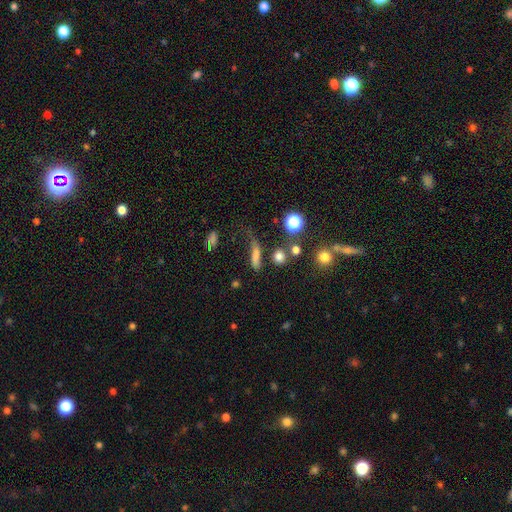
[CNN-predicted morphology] A smooth galaxy with no disk features (69%) that is cigar-shaped (51%). Merging: none (47%).